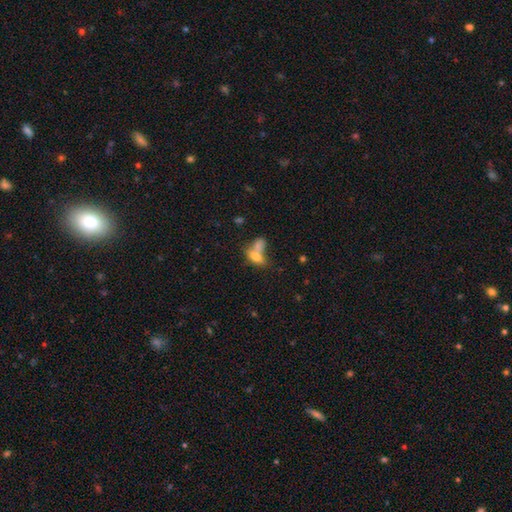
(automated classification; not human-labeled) This appears to be a smooth galaxy with no disk features (69%) that is in between round and cigar-shaped (78%). Merging: merger (56%).